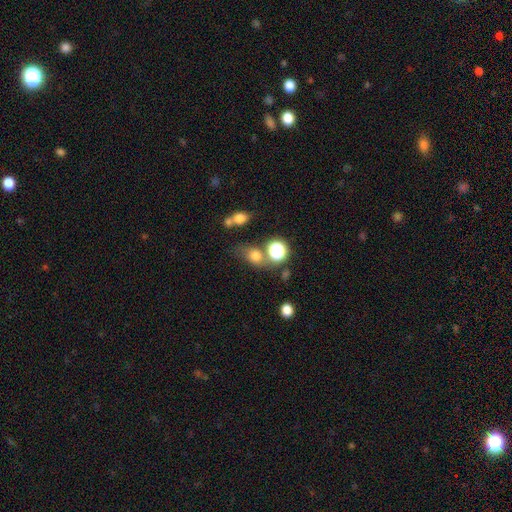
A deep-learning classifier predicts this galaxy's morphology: Smooth or featured: smooth — 71% (star or artifact — 19%)
How rounded: round — 50% (in between — 47%)
Merging: none — 55% (merger — 20%)